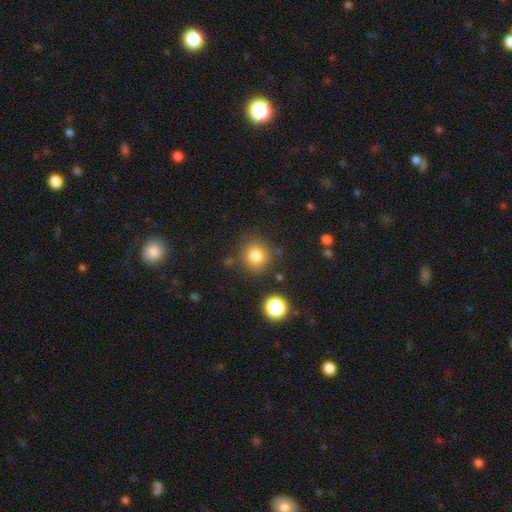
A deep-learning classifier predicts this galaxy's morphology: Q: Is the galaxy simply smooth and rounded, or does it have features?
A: smooth — 81%.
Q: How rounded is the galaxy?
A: round — 89%.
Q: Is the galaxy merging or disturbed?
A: none — 83%.